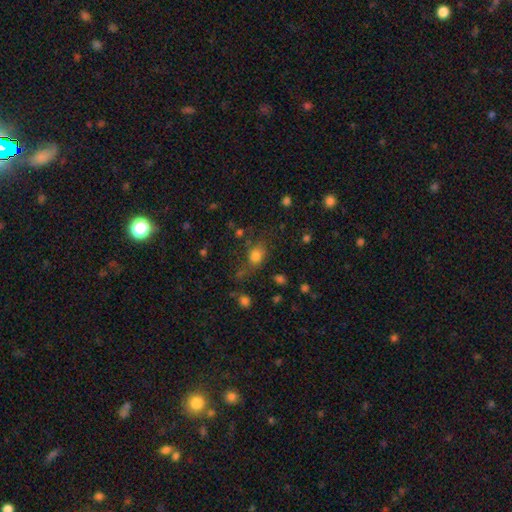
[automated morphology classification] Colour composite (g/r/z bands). It shows a smooth galaxy with no disk features (78%) that is in between round and cigar-shaped (52%). Merging: none (58%).